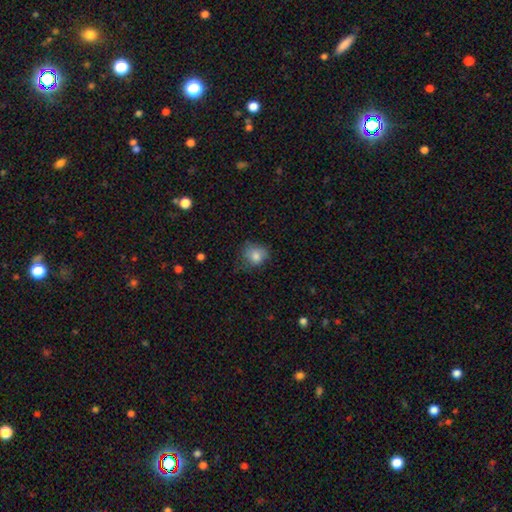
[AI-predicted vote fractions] smooth_or_featured: smooth (p=0.80) [alt: featured or disk p=0.10]
how_rounded: round (p=0.66) [alt: in between p=0.33]
merging: none (p=0.52) [alt: minor disturbance p=0.32]